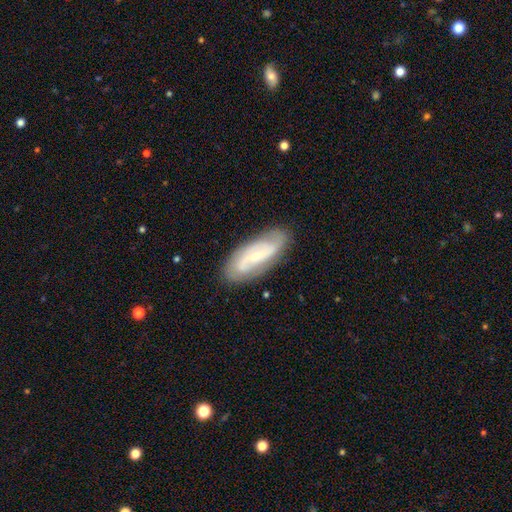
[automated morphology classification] Smooth or featured?
  - featured or disk: 76% *
  - smooth: 18%
  - star or artifact: 6%
Edge-on disk?
  - no: 91% *
  - yes: 9%
Bar?
  - weak: 42% *
  - no: 36%
  - strong: 23%
Spiral arms?
  - yes: 92% *
  - no: 8%
Spiral winding?
  - medium: 42% *
  - tight: 32%
  - loose: 26%
Spiral arm count?
  - 2: 73% *
  - can't tell: 15%
  - 3: 6%
  - 1: 2%
  - 4: 2%
  - more than 4: 2%
Bulge size?
  - small: 71% *
  - moderate: 24%
  - none: 2%
  - large: 1%
  - dominant: 1%
Merging?
  - none: 83% *
  - minor disturbance: 12%
  - major disturbance: 3%
  - merger: 1%